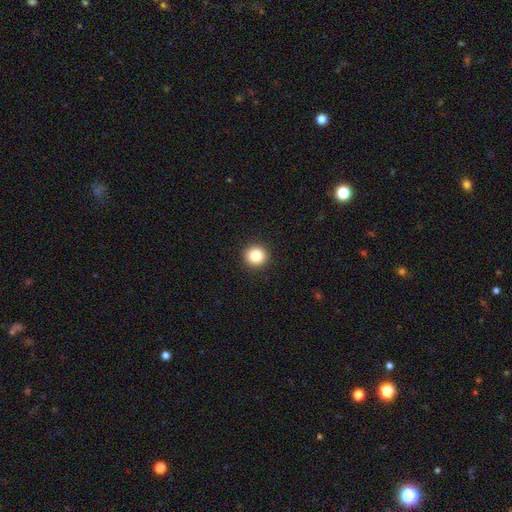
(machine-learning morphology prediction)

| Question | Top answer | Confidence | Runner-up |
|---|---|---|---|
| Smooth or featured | smooth | 83% | star or artifact (11%) |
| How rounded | round | 94% | in between (5%) |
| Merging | none | 93% | minor disturbance (4%) |